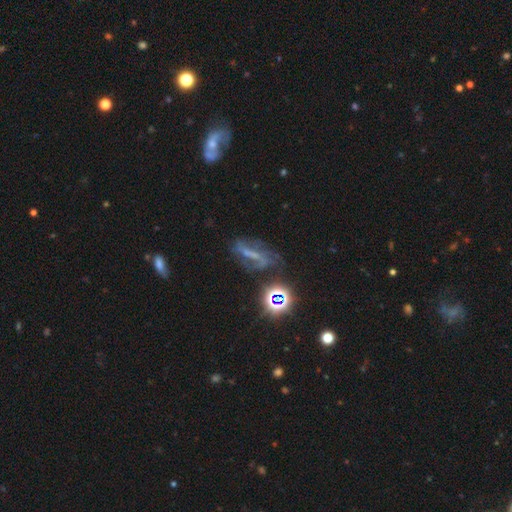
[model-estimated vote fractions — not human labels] This appears to be a featured or disk galaxy (51%). Merging: none (54%).